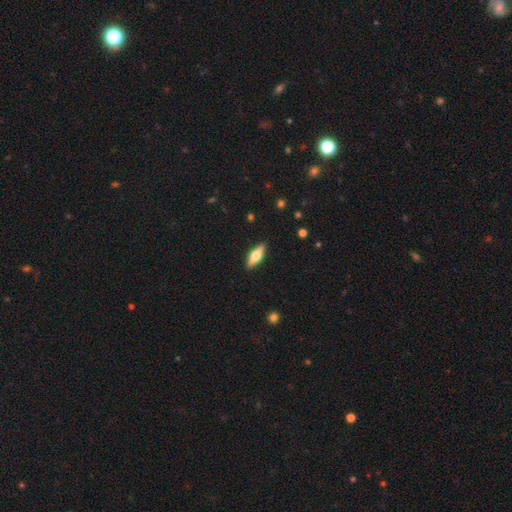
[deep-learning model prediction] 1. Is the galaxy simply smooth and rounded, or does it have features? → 51% smooth, 43% featured or disk, 6% star or artifact.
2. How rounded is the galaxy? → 54% in between, 43% cigar-shaped, 3% round.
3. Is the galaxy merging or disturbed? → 89% none, 8% minor disturbance, 2% major disturbance, 1% merger.